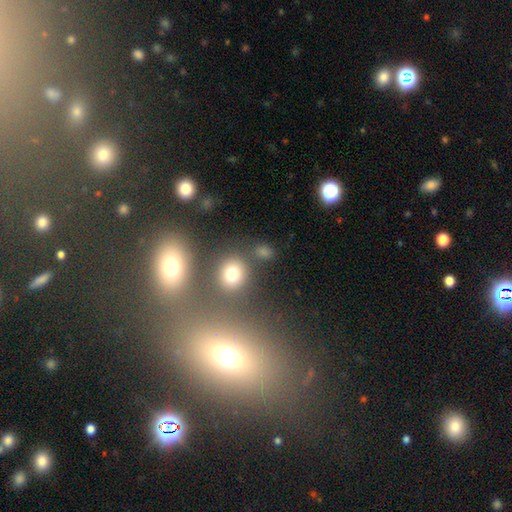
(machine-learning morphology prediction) smooth_or_featured: smooth (p=0.56) [alt: star or artifact p=0.25]
how_rounded: in between (p=0.74) [alt: round p=0.18]
merging: none (p=0.62) [alt: merger p=0.20]